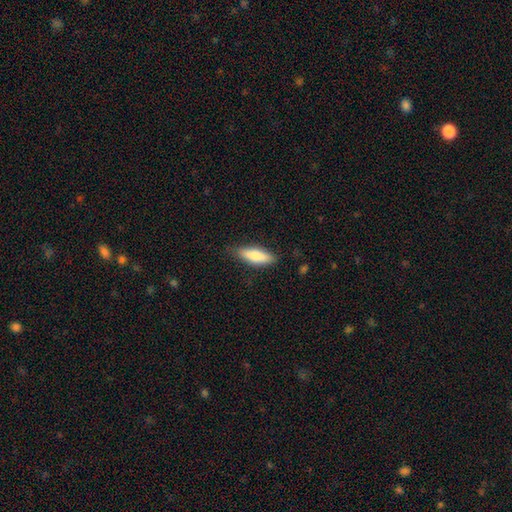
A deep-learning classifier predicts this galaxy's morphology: A smooth galaxy with no disk features (76%) that is in between round and cigar-shaped (51%).

Vote fractions:
- Smooth or featured? smooth: 76% / featured or disk: 18% / star or artifact: 6%
- How rounded? in between: 51% / cigar-shaped: 47% / round: 2%
- Merging? none: 83% / minor disturbance: 13% / major disturbance: 3% / merger: 1%